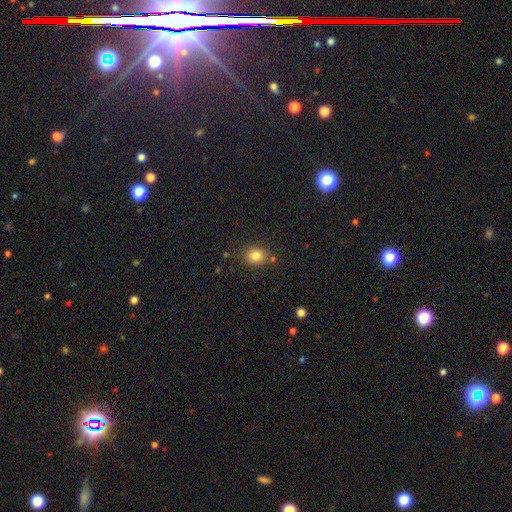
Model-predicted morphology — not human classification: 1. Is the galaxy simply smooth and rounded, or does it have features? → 81% smooth, 12% star or artifact, 7% featured or disk.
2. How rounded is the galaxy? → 69% round, 30% in between, 1% cigar-shaped.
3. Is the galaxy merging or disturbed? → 82% none, 10% minor disturbance, 5% merger, 3% major disturbance.